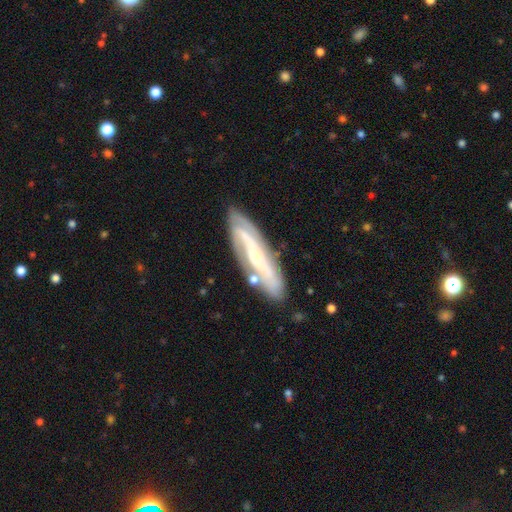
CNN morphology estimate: The model was most divided on "spiral winding": medium: 40%, tight: 38%, loose: 22%. Remaining: spiral arms — yes (89%); smooth or featured — featured or disk (78%); merging — none (77%); edge-on disk — no (75%); spiral arm count — 2 (64%); bulge size — small (49%); bar — no (39%).